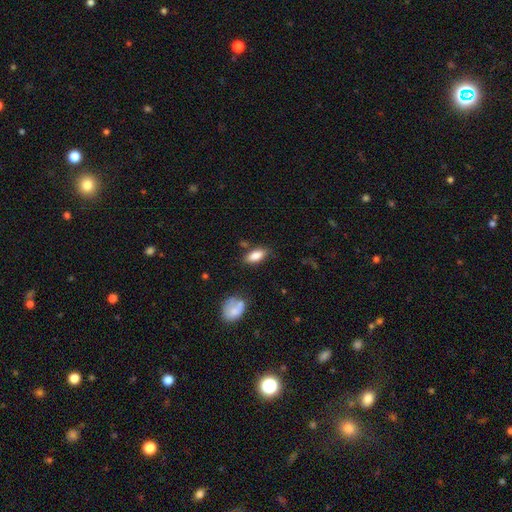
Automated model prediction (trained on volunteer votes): smooth-or-featured: smooth: 84% | featured or disk: 8% | star or artifact: 7%
  how-rounded: in between: 85% | cigar-shaped: 12% | round: 3%
  merging: none: 78% | minor disturbance: 14% | merger: 4% | major disturbance: 4%